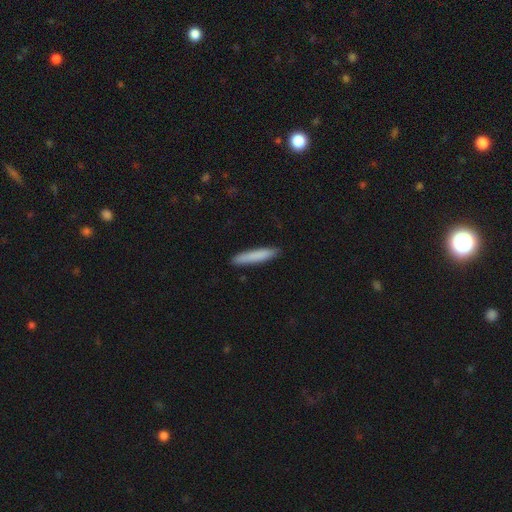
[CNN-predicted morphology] Smooth or featured? Predicted: smooth (p=0.83). How rounded? Predicted: cigar-shaped (p=0.93). Merging? Predicted: none (p=0.90).